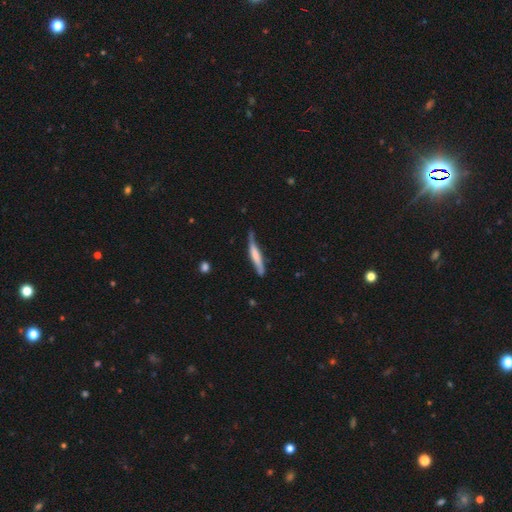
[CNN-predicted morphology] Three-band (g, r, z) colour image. It shows a smooth galaxy with no disk features (53%) that is cigar-shaped (92%). Merging: none (60%).